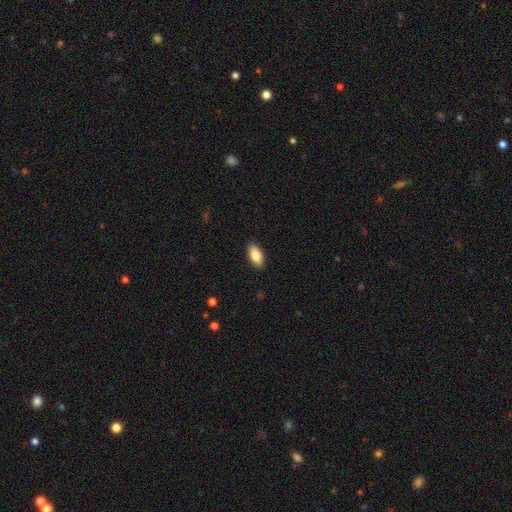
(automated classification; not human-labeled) A smooth galaxy with no disk features (83%) that is in between round and cigar-shaped (92%). Merging: none (90%).